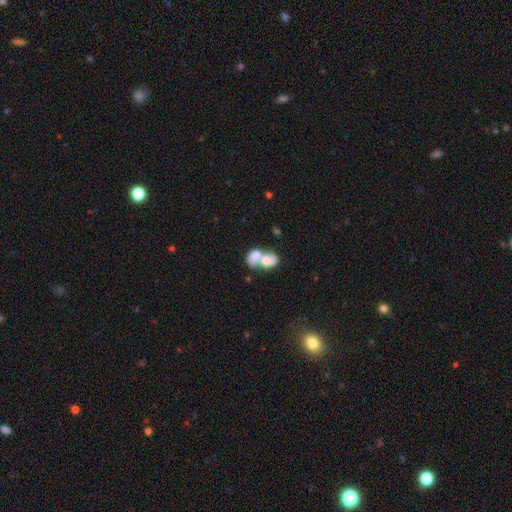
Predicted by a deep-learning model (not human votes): Morphology: type=smooth (65%); roundness=in between (70%); merging=merger (81%).